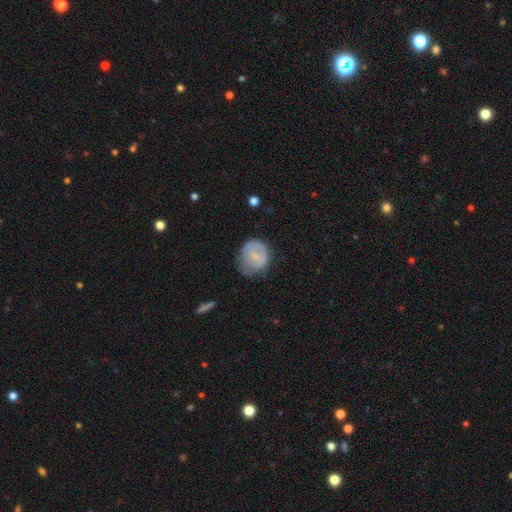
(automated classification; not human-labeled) smooth 60%, featured or disk 33%, star or artifact 8%. Down the decision tree: how rounded — round (72%); merging — none (53%).